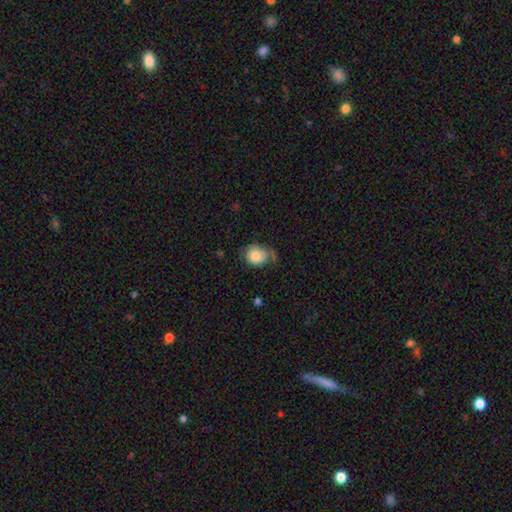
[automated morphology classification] This appears to be a smooth galaxy with no disk features (76%) that is round (56%). Merging: none (43%).